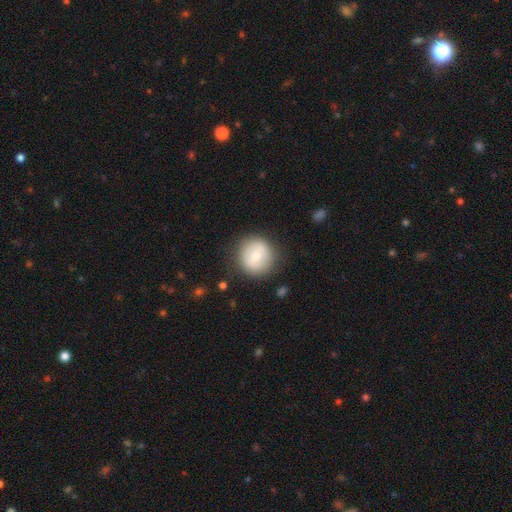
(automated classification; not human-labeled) Smooth or featured? Predicted: smooth (p=0.66). How rounded? Predicted: round (p=0.92). Merging? Predicted: none (p=0.85).